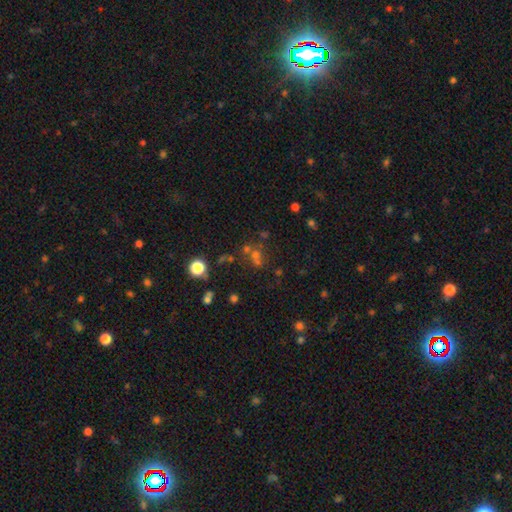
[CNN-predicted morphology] smooth-or-featured: star or artifact: 44% | smooth: 40% | featured or disk: 16%